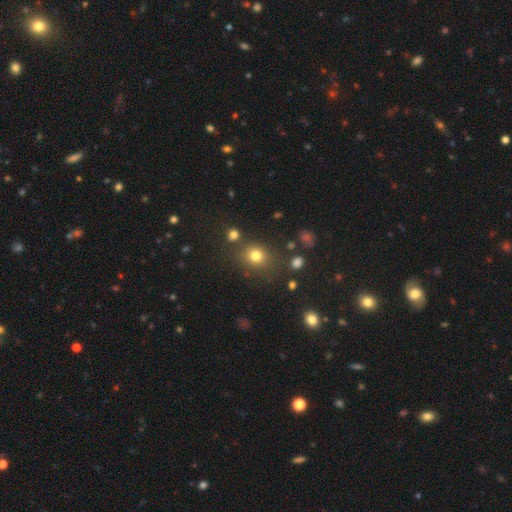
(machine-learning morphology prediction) Smooth or featured?
  - smooth: 77% *
  - star or artifact: 16%
  - featured or disk: 7%
How rounded?
  - round: 73% *
  - in between: 26%
  - cigar-shaped: 1%
Merging?
  - none: 77% *
  - minor disturbance: 11%
  - merger: 7%
  - major disturbance: 5%